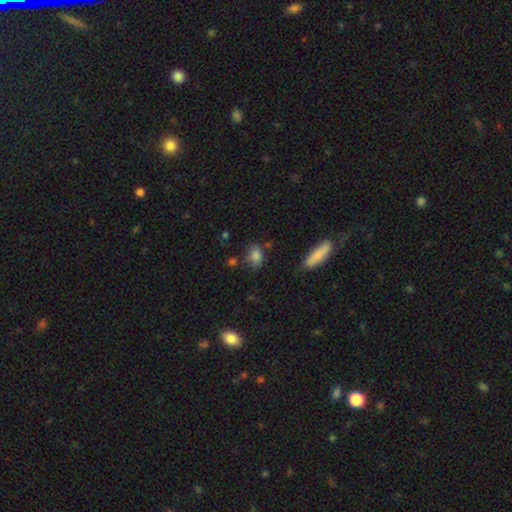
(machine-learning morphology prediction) The model was most divided on "merging": none: 68%, minor disturbance: 20%, merger: 6%, major disturbance: 5%. More confident: smooth or featured — smooth (82%); how rounded — in between (78%).